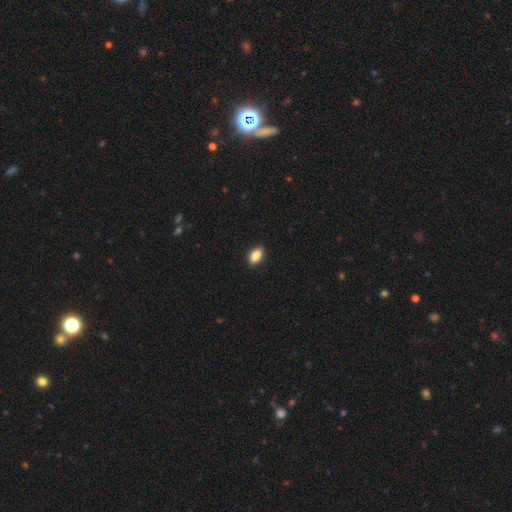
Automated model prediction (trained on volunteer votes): Smooth or featured?
  - smooth: 88% *
  - star or artifact: 8%
  - featured or disk: 5%
How rounded?
  - in between: 89% *
  - round: 7%
  - cigar-shaped: 3%
Merging?
  - none: 87% *
  - minor disturbance: 10%
  - major disturbance: 2%
  - merger: 1%